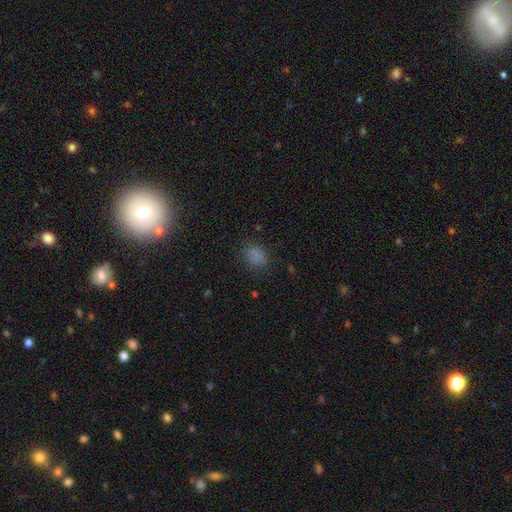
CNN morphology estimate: This appears to be a smooth galaxy with no disk features (79%) that is in between round and cigar-shaped (61%). Merging: none (80%).